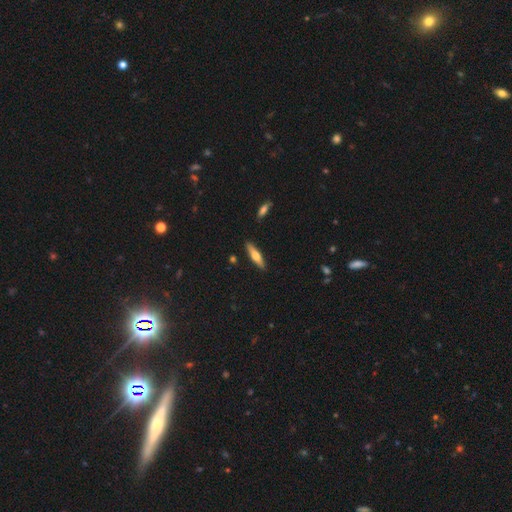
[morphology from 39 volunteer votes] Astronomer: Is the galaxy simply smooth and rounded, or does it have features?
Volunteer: smooth — 54% (runner-up: featured or disk, 41%).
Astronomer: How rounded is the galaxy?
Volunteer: cigar-shaped — 67%.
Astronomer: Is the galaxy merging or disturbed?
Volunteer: none — 86%.